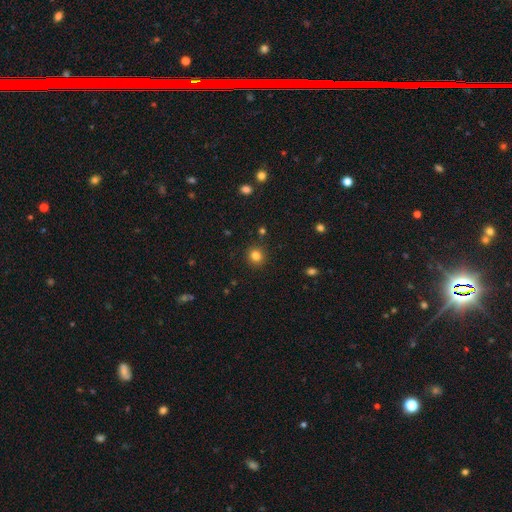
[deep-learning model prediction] The model was most divided on "smooth or featured": smooth: 82%, star or artifact: 13%, featured or disk: 5%. More confident: how rounded — round (90%); merging — none (90%).